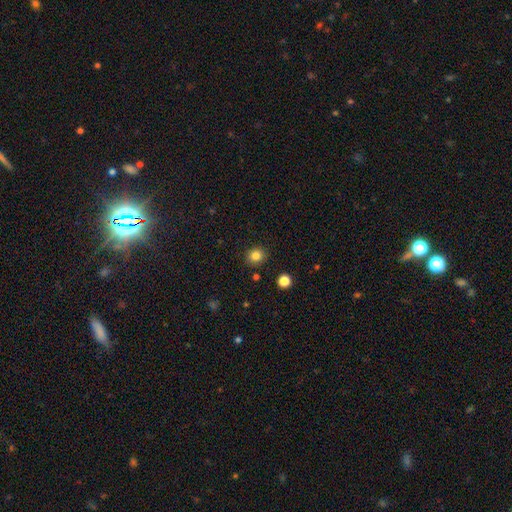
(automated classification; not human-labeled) A smooth galaxy with no disk features (83%) that is round (79%). Merging: none (89%).